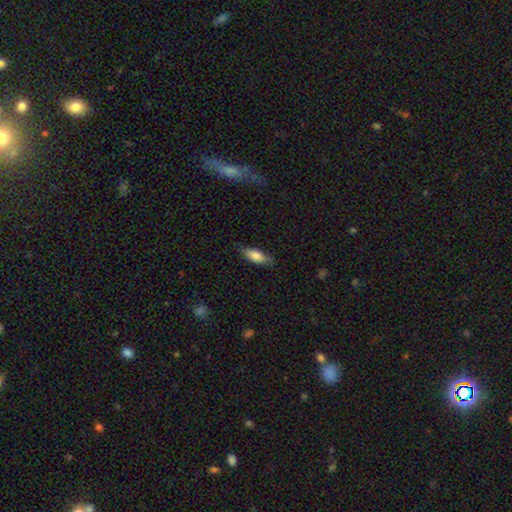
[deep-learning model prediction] smooth_or_featured: smooth (p=0.77) [alt: featured or disk p=0.17]
how_rounded: in between (p=0.64) [alt: cigar-shaped p=0.33]
merging: none (p=0.80) [alt: minor disturbance p=0.16]